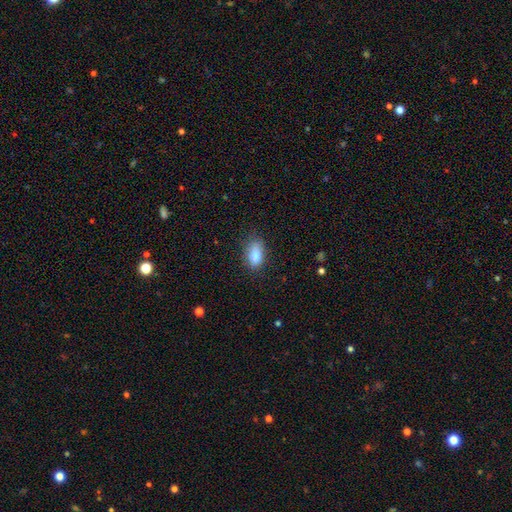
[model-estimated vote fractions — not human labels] Smooth or featured? Predicted: smooth (p=0.80). How rounded? Predicted: in between (p=0.88). Merging? Predicted: none (p=0.74).